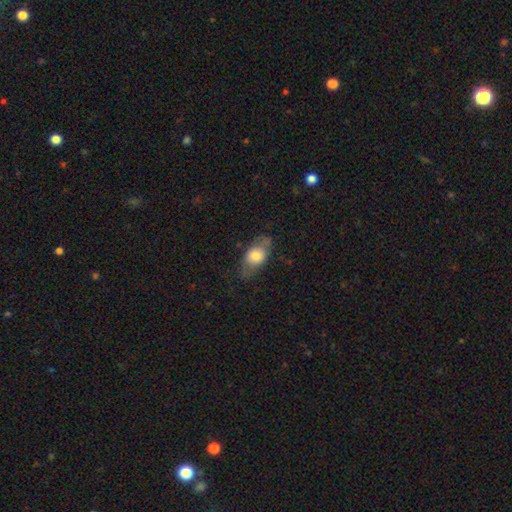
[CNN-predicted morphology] type=smooth (66%); roundness=in between (78%); merging=none (65%).